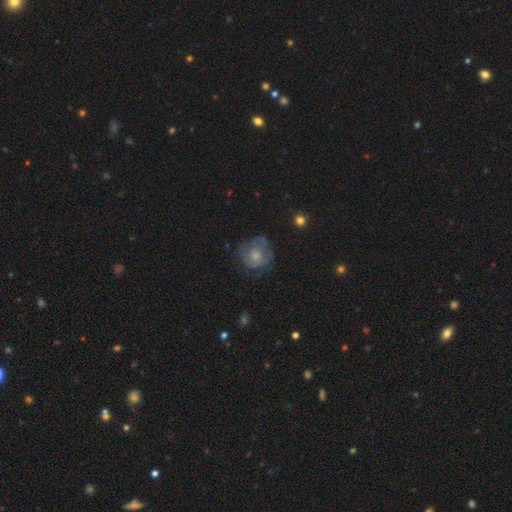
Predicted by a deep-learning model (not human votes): The model was most divided on "smooth or featured": featured or disk: 50%, smooth: 42%, star or artifact: 8%. More confident: merging — none (60%).